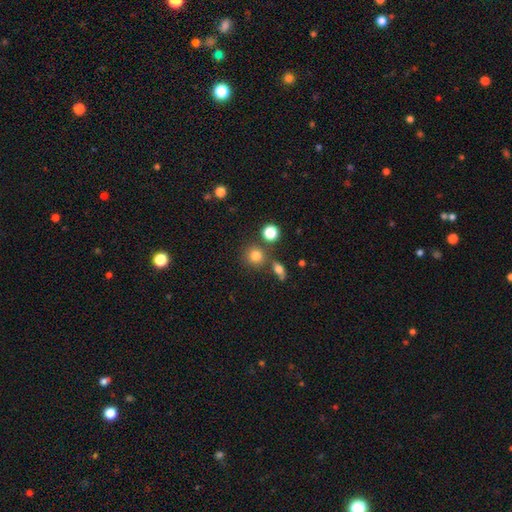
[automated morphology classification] Overall: smooth (79%). How rounded: round (88%). Merging: none (74%).